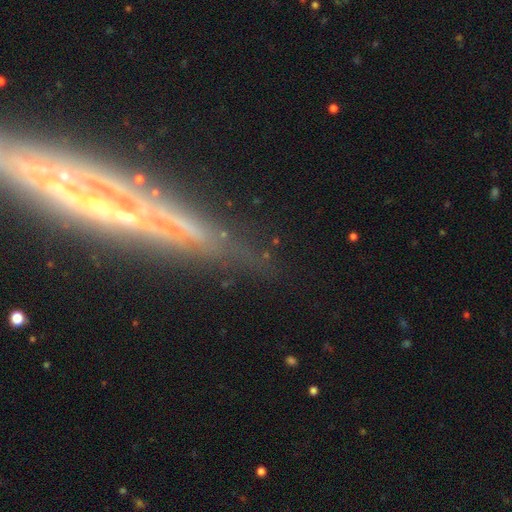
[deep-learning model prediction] smooth-or-featured: featured or disk: 70% | star or artifact: 16% | smooth: 14%
  disk-edge-on: yes: 65% | no: 35%
  merging: none: 74% | minor disturbance: 16% | major disturbance: 7% | merger: 4%